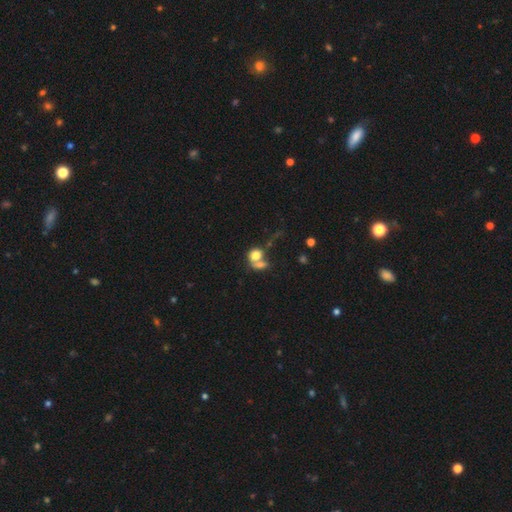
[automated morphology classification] Smooth or featured: smooth — 73% (featured or disk — 16%)
How rounded: round — 59% (in between — 39%)
Merging: merger — 58% (none — 25%)